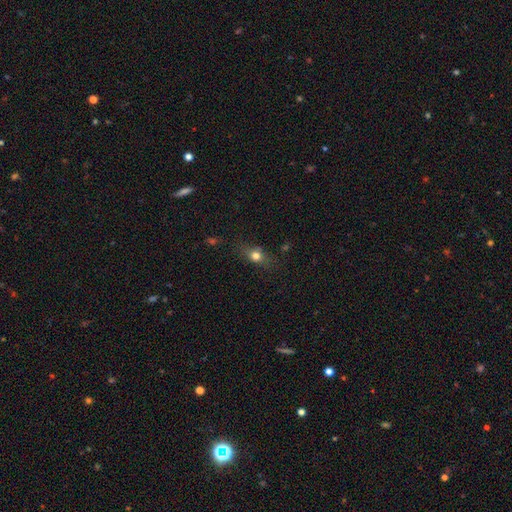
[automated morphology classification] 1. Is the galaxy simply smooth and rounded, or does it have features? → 70% smooth, 16% featured or disk, 13% star or artifact.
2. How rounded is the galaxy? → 55% in between, 34% round, 11% cigar-shaped.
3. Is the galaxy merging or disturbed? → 74% none, 18% minor disturbance, 6% major disturbance, 2% merger.